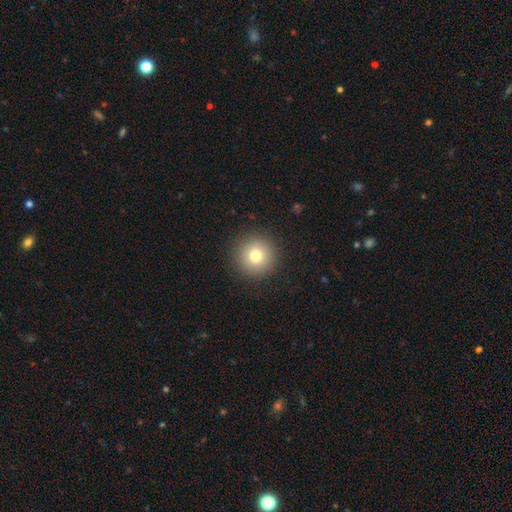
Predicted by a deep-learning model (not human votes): Q: Smooth or featured?
A: smooth (78%); runner-up: star or artifact (12%)
Q: How rounded?
A: round (96%); runner-up: in between (3%)
Q: Merging?
A: none (91%); runner-up: minor disturbance (6%)